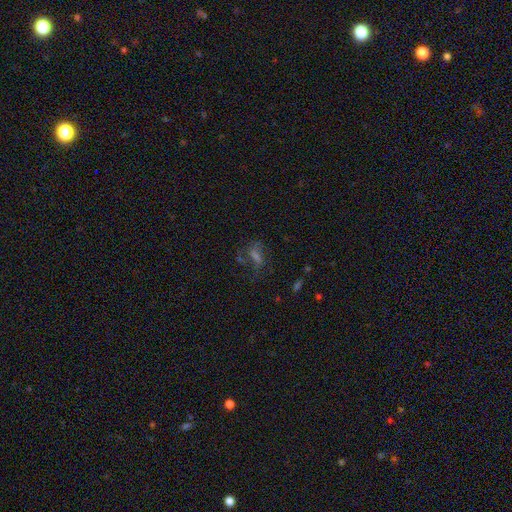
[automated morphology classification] The model was most divided on "smooth or featured": featured or disk: 42%, star or artifact: 32%, smooth: 26%. More confident: merging — none (51%).